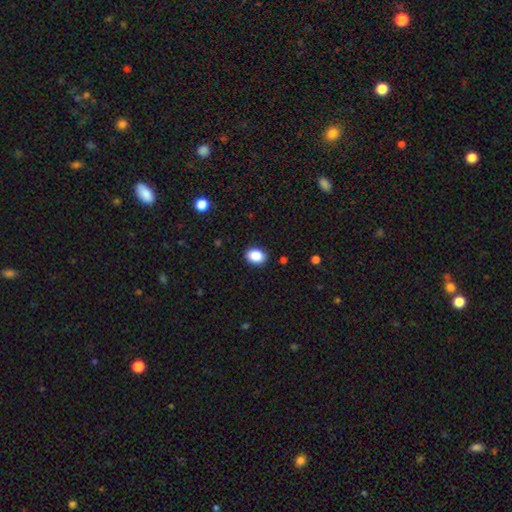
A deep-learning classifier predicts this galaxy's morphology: A smooth galaxy with no disk features (88%) that is in between round and cigar-shaped (71%). Merging: none (89%).